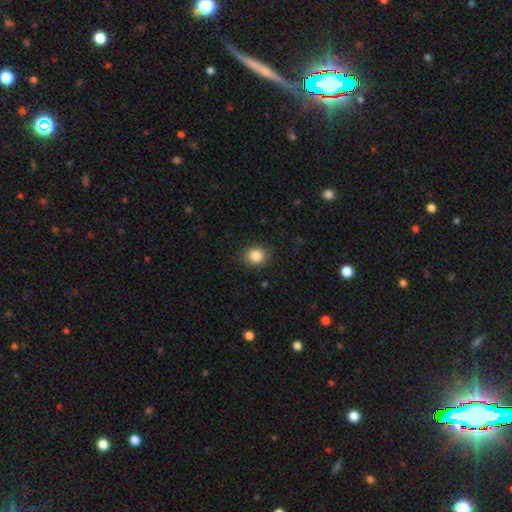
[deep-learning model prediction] Smooth or featured? smooth (86%)
How rounded? round (70%)
Merging? none (87%)